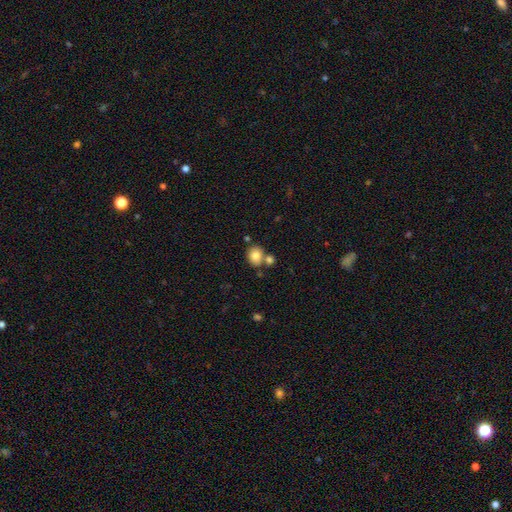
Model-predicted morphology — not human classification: type=smooth (83%); roundness=round (65%); merging=none (62%).